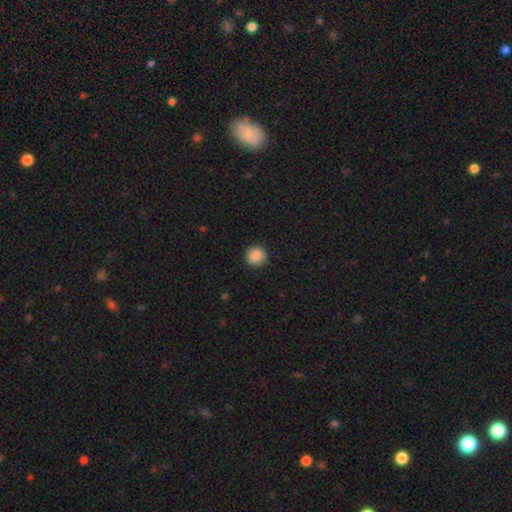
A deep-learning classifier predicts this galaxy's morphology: Smooth or featured? Predicted: smooth (p=0.87). How rounded? Predicted: round (p=0.93). Merging? Predicted: none (p=0.90).